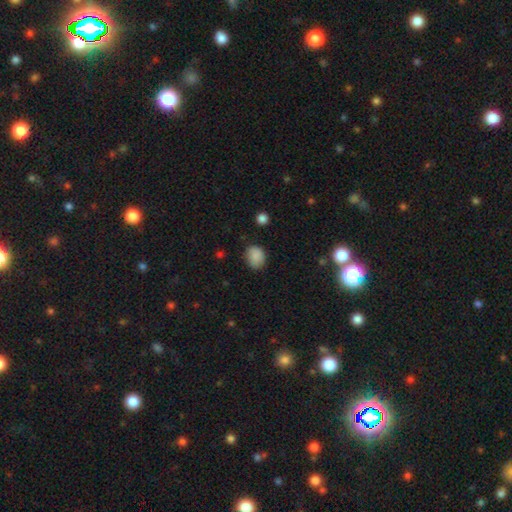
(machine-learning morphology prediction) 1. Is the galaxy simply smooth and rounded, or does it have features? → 86% smooth, 10% star or artifact, 4% featured or disk.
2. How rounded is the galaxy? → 50% in between, 49% round, 1% cigar-shaped.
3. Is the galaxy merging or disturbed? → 73% none, 22% minor disturbance, 4% major disturbance, 2% merger.